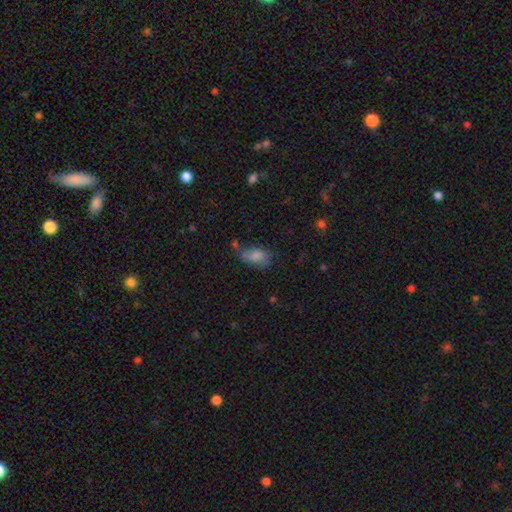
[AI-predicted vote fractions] The model was most divided on "merging": none: 41%, minor disturbance: 31%, major disturbance: 18%, merger: 10%. More confident: how rounded — in between (88%); smooth or featured — smooth (72%).